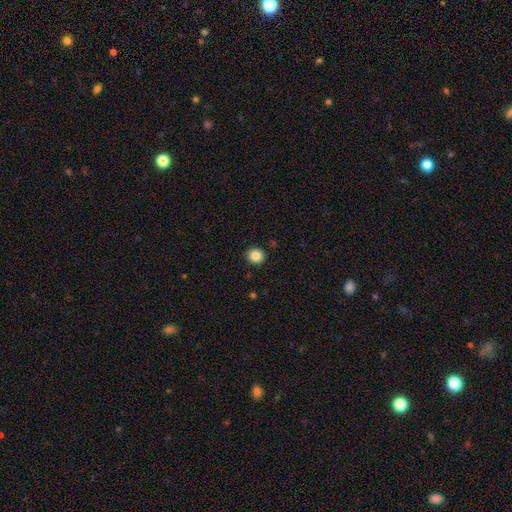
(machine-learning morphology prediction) Overall: smooth (85%). How rounded: round (94%). Merging: none (92%).